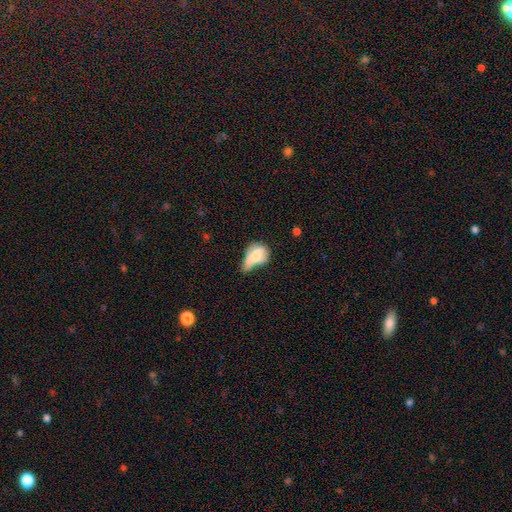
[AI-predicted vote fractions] Smooth or featured? smooth (60%)
How rounded? in between (69%)
Merging? major disturbance (30%)